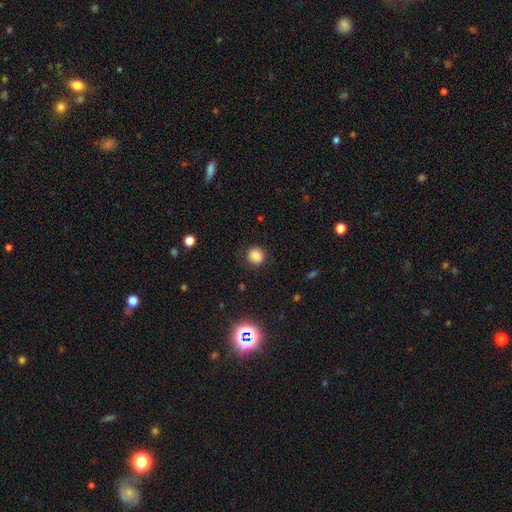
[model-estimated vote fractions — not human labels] Q: Smooth or featured?
A: smooth (83%); runner-up: star or artifact (12%)
Q: How rounded?
A: round (82%); runner-up: in between (17%)
Q: Merging?
A: none (84%); runner-up: minor disturbance (11%)